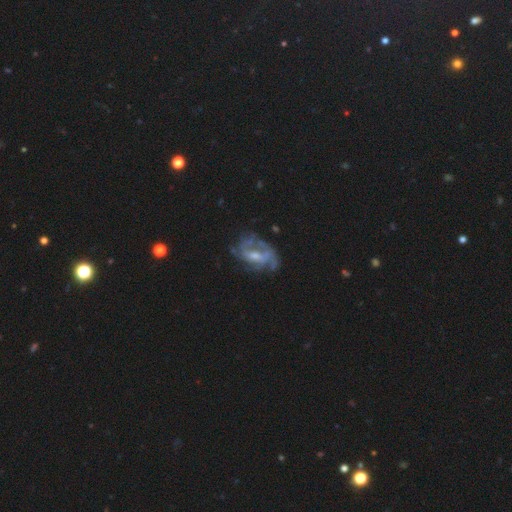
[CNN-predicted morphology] This appears to be a featured or disk galaxy (76%) with a weak bar (45%), medium (42%) spiral arms (75%) and a moderate central bulge (45%). Merging: none (54%).